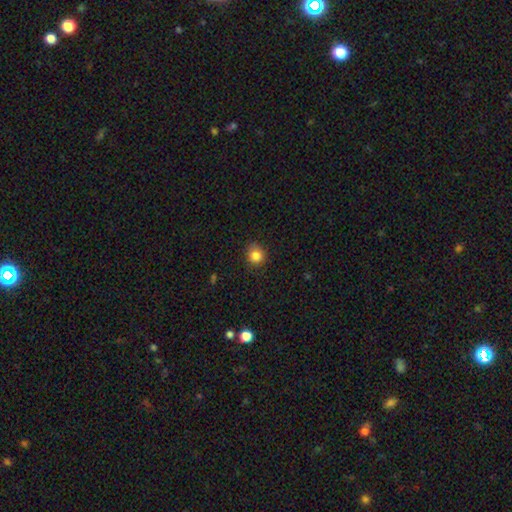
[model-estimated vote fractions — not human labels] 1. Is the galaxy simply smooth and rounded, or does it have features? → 84% smooth, 11% star or artifact, 5% featured or disk.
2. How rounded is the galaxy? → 84% round, 15% in between, 1% cigar-shaped.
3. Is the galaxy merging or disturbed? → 83% none, 13% minor disturbance, 3% major disturbance, 1% merger.